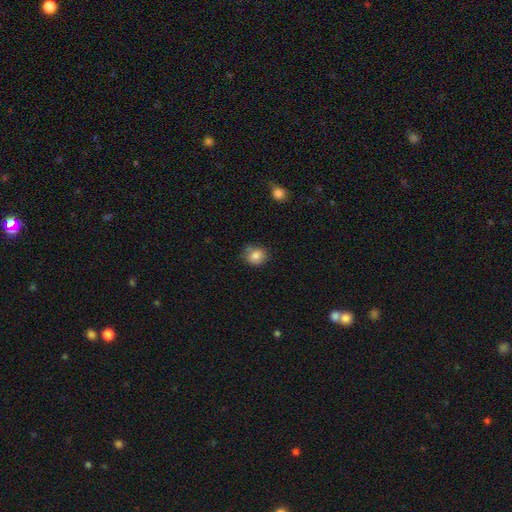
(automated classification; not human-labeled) This is clearly a smooth galaxy (83%). How rounded: likely round (69%). Merging: likely none (70%).